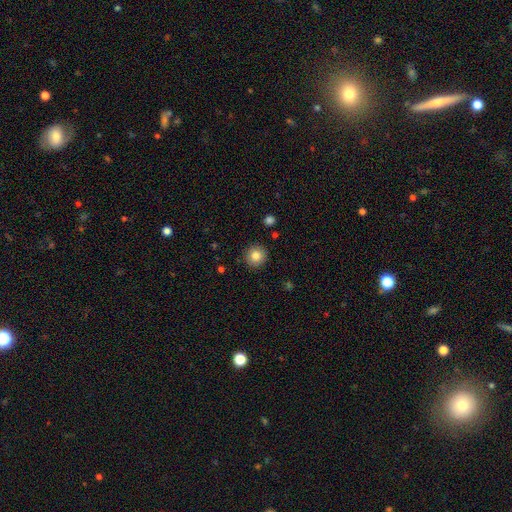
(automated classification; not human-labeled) This is clearly a smooth galaxy (83%). How rounded: clearly round (94%). Merging: clearly none (91%).